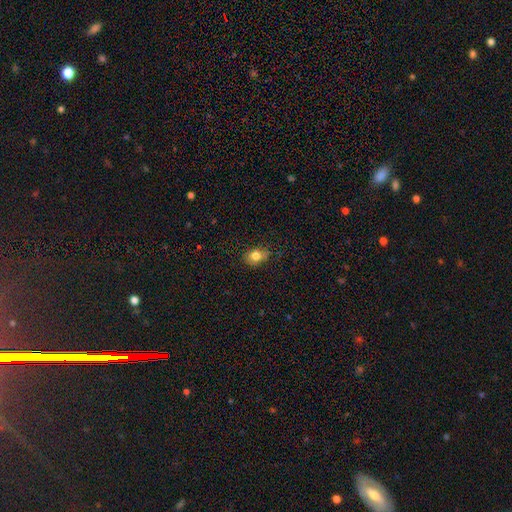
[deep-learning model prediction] Q: Smooth or featured?
A: smooth (80%); runner-up: star or artifact (10%)
Q: How rounded?
A: in between (60%); runner-up: round (38%)
Q: Merging?
A: none (71%); runner-up: minor disturbance (23%)